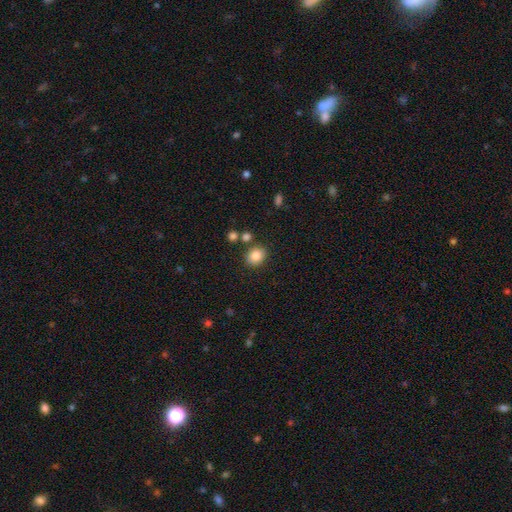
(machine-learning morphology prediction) Smooth or featured? Predicted: smooth (p=0.84). How rounded? Predicted: round (p=0.52). Merging? Predicted: none (p=0.80).